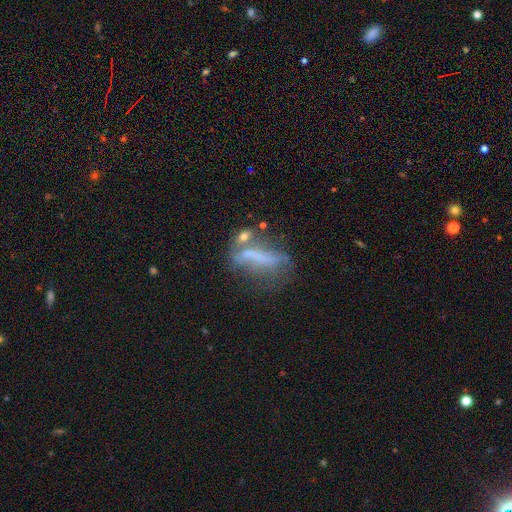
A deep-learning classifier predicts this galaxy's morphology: This is possibly a featured or disk galaxy (48%). Merging: marginally none (37%).